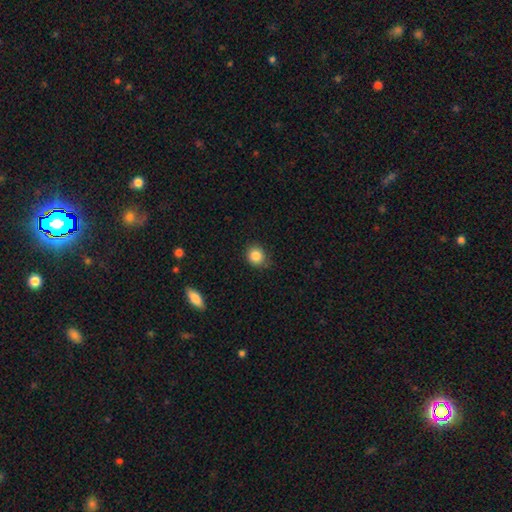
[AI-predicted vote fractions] Overall: smooth (86%). How rounded: round (84%). Merging: none (81%).